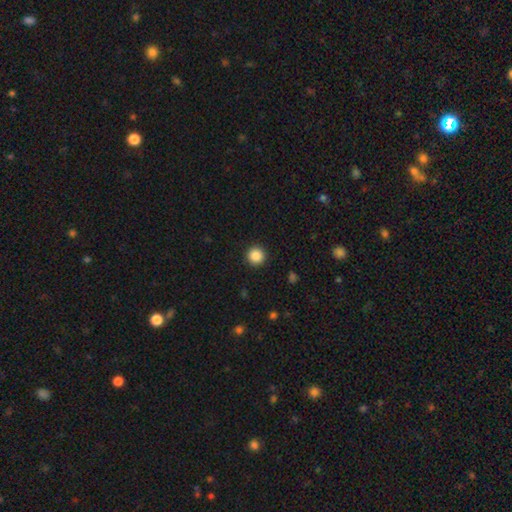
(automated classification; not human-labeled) Smooth or featured: smooth — 87% (star or artifact — 10%)
How rounded: round — 96% (in between — 3%)
Merging: none — 93% (minor disturbance — 5%)